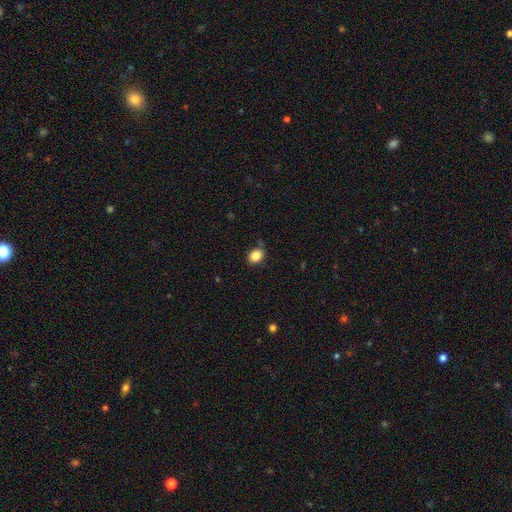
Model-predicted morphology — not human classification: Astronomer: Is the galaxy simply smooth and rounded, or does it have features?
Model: smooth — 86%.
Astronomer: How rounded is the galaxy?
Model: in between — 57% (runner-up: round, 42%).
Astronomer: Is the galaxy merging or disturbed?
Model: none — 79%.